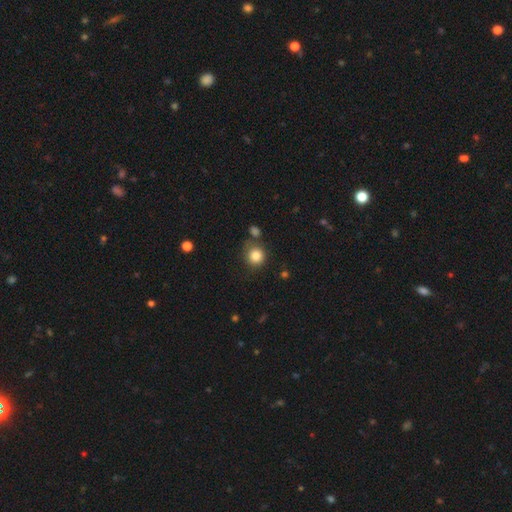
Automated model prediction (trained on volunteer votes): Smooth or featured? Predicted: smooth (p=0.84). How rounded? Predicted: round (p=0.88). Merging? Predicted: none (p=0.73).